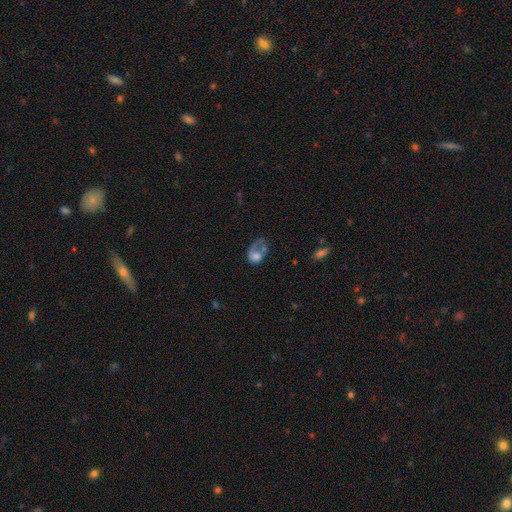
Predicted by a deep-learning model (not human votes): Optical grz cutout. It shows a smooth galaxy with no disk features (53%) that is in between round and cigar-shaped (66%). Merging: major disturbance (48%).